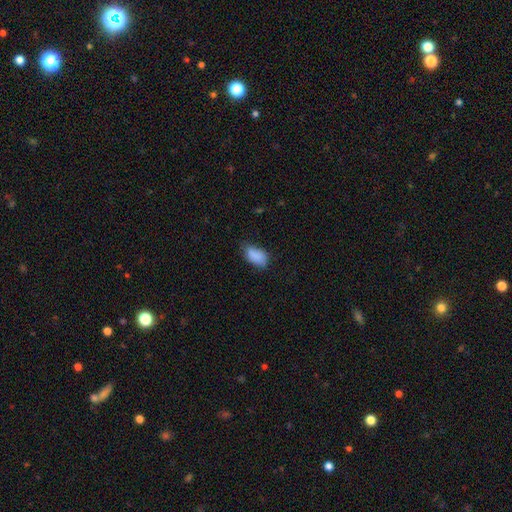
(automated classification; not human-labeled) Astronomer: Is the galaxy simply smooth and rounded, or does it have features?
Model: smooth — 86%.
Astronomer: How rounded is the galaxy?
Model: in between — 92%.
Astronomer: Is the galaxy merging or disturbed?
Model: none — 56% (runner-up: minor disturbance, 34%).